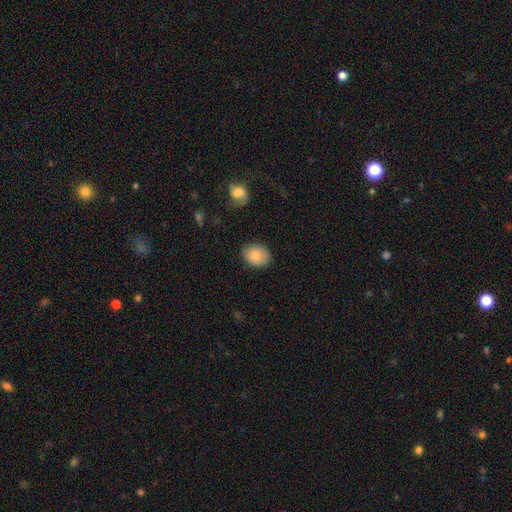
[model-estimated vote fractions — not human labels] The model was most divided on "how rounded": in between: 58%, round: 41%, cigar-shaped: 1%. More confident: merging — none (85%); smooth or featured — smooth (85%).